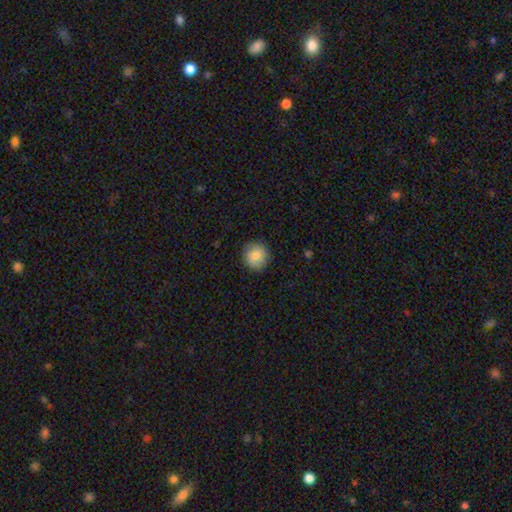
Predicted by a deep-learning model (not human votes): Overall: smooth (85%). How rounded: round (92%). Merging: none (90%).